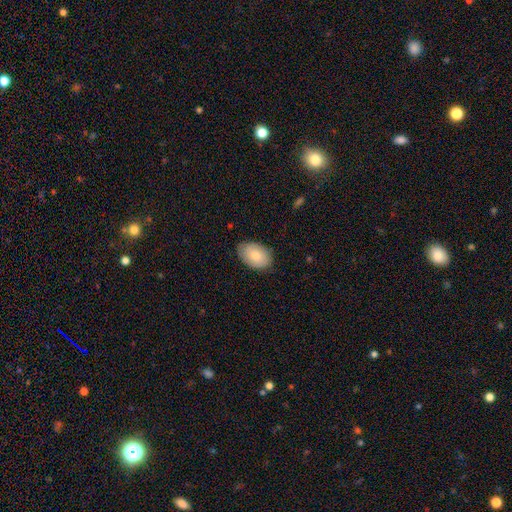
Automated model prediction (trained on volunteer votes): Q: Smooth or featured?
A: smooth (82%); runner-up: featured or disk (12%)
Q: How rounded?
A: in between (90%); runner-up: round (9%)
Q: Merging?
A: none (81%); runner-up: minor disturbance (15%)